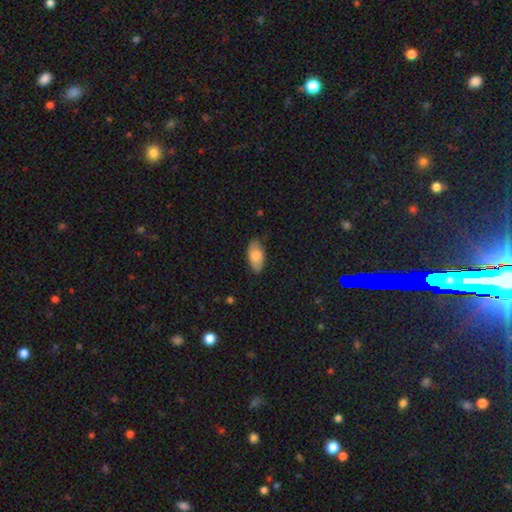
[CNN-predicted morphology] Smooth or featured: smooth — 75% (featured or disk — 18%)
How rounded: in between — 93% (cigar-shaped — 4%)
Merging: none — 80% (minor disturbance — 16%)